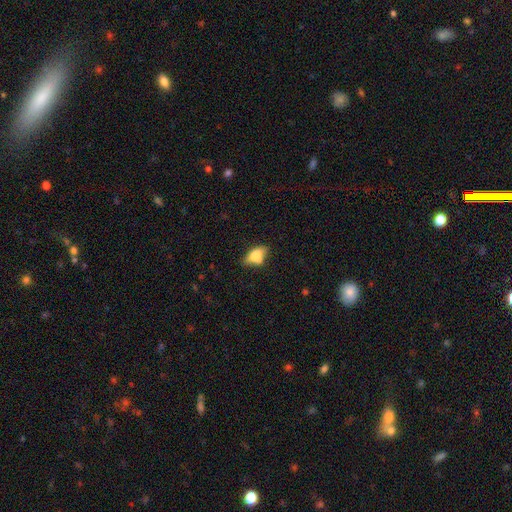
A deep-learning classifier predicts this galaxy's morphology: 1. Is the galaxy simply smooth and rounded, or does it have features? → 61% smooth, 29% featured or disk, 9% star or artifact.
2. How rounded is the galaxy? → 82% in between, 9% cigar-shaped, 9% round.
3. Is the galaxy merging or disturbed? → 52% none, 28% minor disturbance, 11% major disturbance, 9% merger.